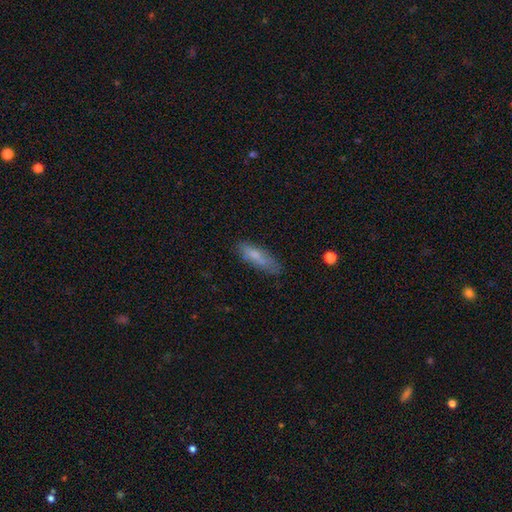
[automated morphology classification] type=smooth (73%); roundness=cigar-shaped (55%); merging=none (70%).